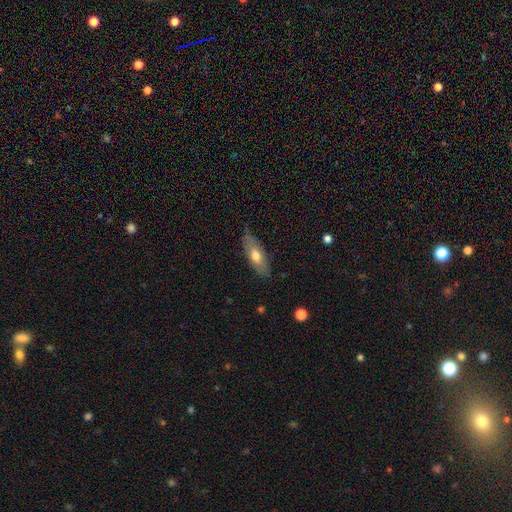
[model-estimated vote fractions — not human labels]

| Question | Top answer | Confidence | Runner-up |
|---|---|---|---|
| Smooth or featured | smooth | 62% | featured or disk (32%) |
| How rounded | in between | 70% | cigar-shaped (27%) |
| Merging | none | 77% | minor disturbance (18%) |